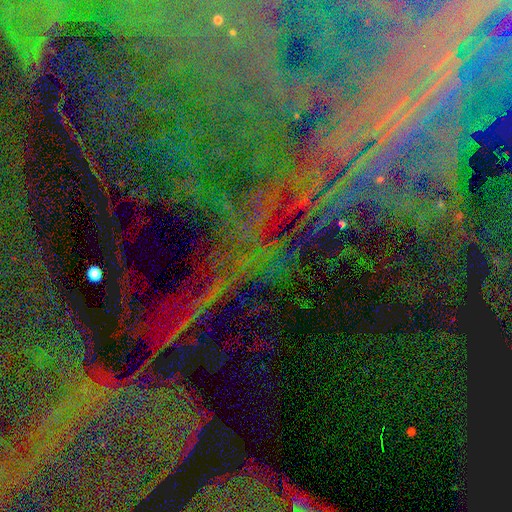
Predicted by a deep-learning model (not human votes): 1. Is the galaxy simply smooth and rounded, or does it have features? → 77% star or artifact, 13% featured or disk, 10% smooth.